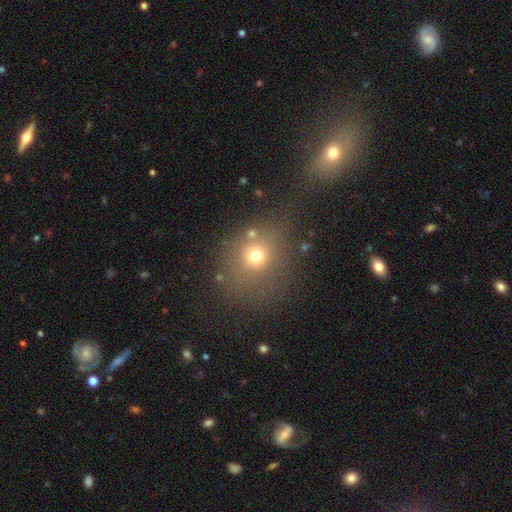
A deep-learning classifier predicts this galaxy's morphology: This is likely a smooth galaxy (67%). How rounded: likely round (73%). Merging: likely none (74%).